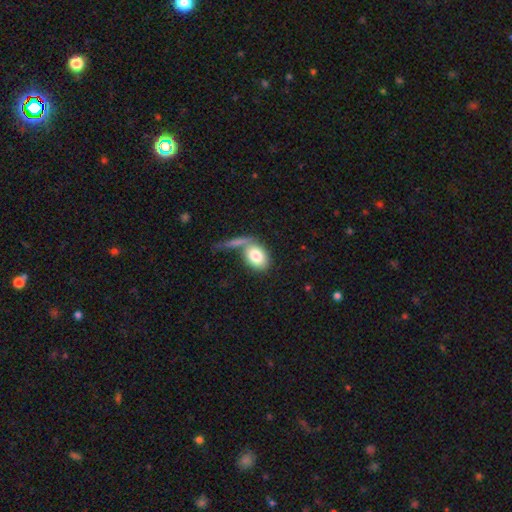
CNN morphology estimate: Smooth or featured: smooth — 80% (featured or disk — 13%)
How rounded: in between — 76% (round — 22%)
Merging: none — 43% (merger — 27%)